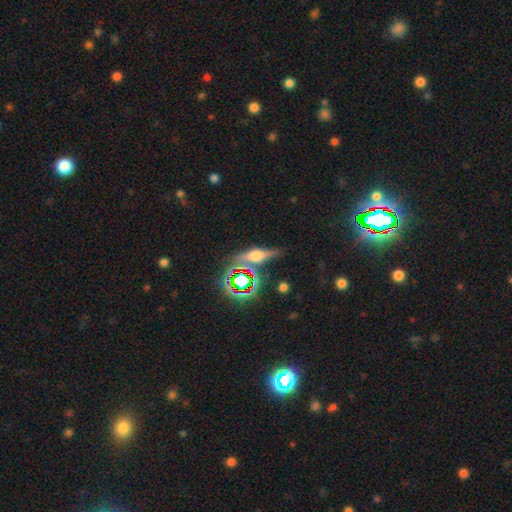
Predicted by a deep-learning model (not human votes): This appears to be a featured or disk galaxy (46%). Merging: none (68%).